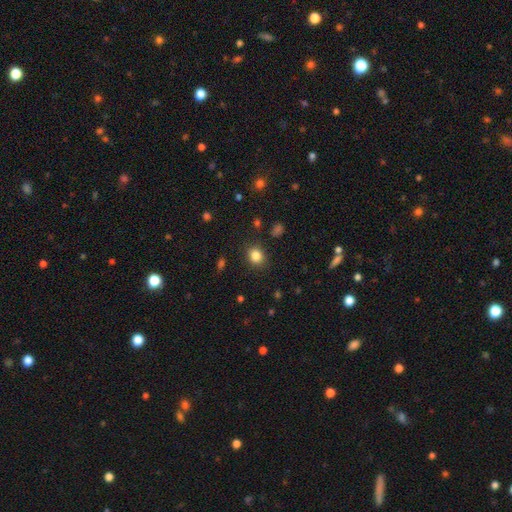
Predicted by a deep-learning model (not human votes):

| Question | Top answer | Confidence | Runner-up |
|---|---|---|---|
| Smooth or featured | smooth | 83% | star or artifact (11%) |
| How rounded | round | 68% | in between (31%) |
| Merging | none | 87% | minor disturbance (8%) |